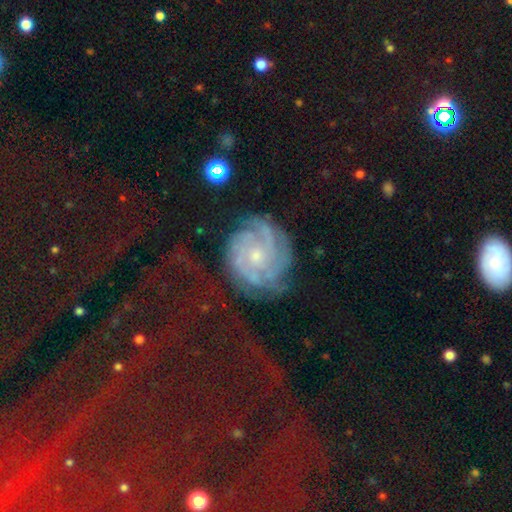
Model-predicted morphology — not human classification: Overall: featured or disk (78%). Edge-on disk: no (97%). Bar: no (78%). Spiral arms: yes (94%). Spiral arm count: can't tell (36%; 3 17%). Spiral winding: tight (67%). Bulge size: small (65%; moderate 30%). Merging: none (64%).